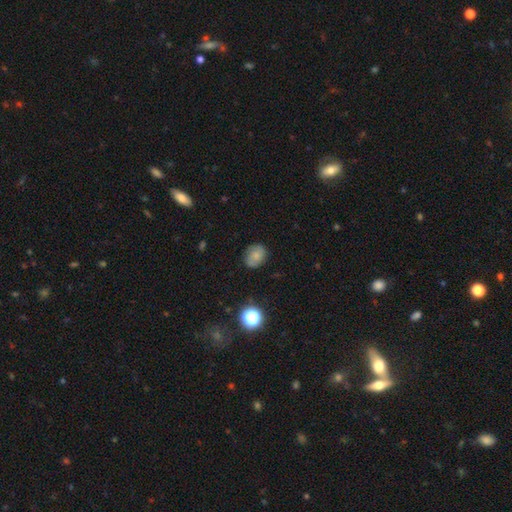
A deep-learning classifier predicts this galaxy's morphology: This appears to be a smooth galaxy with no disk features (69%) that is round (51%). Merging: none (74%).